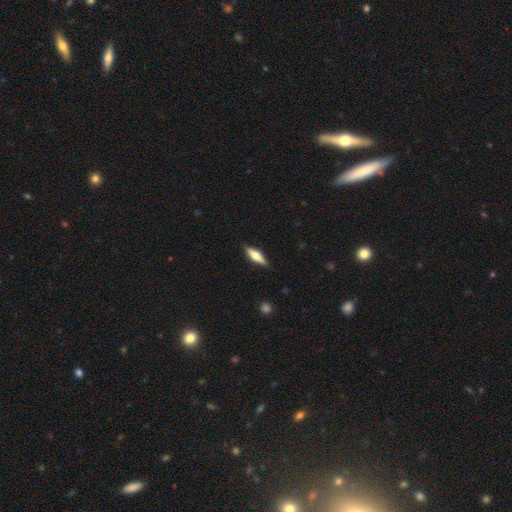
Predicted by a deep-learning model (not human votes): Overall: smooth (47%; featured or disk 46%). Merging: none (86%).